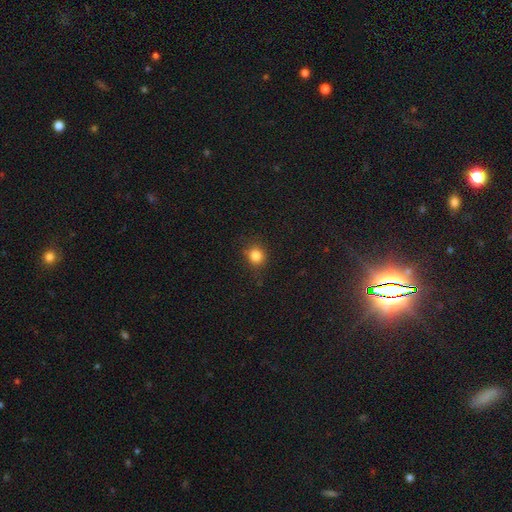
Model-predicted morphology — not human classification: type=smooth (83%); roundness=round (84%); merging=none (83%).